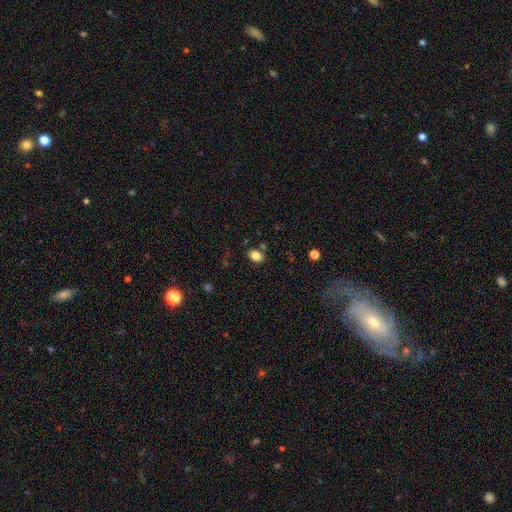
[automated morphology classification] Smooth or featured? Predicted: smooth (p=0.84). How rounded? Predicted: in between (p=0.79). Merging? Predicted: none (p=0.81).